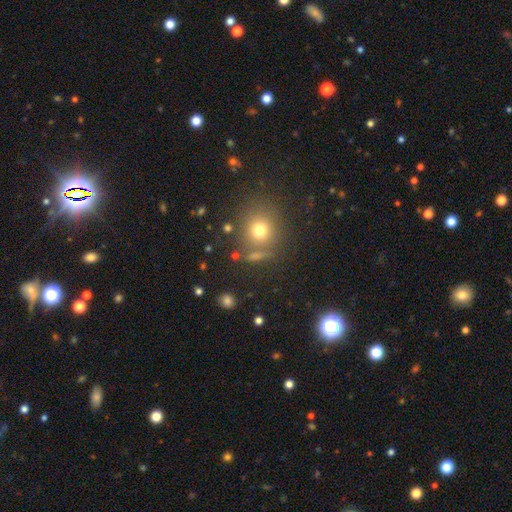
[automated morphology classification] Smooth or featured?
  - smooth: 60% *
  - star or artifact: 28%
  - featured or disk: 12%
How rounded?
  - round: 81% *
  - in between: 16%
  - cigar-shaped: 3%
Merging?
  - none: 76% *
  - merger: 10%
  - minor disturbance: 9%
  - major disturbance: 4%